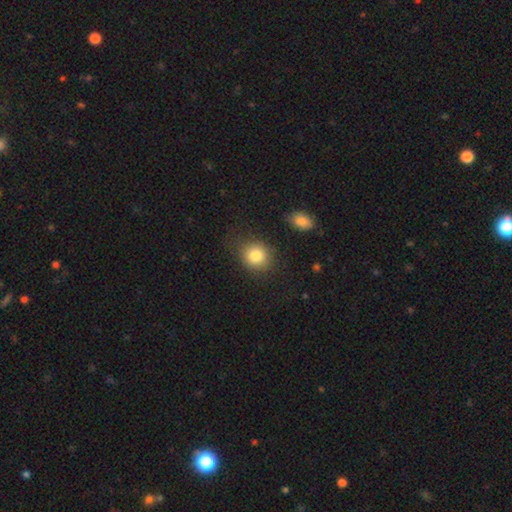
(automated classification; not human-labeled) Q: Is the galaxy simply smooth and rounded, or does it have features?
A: smooth — 83%.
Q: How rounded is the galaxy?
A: round — 77%.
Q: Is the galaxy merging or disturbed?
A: none — 80%.